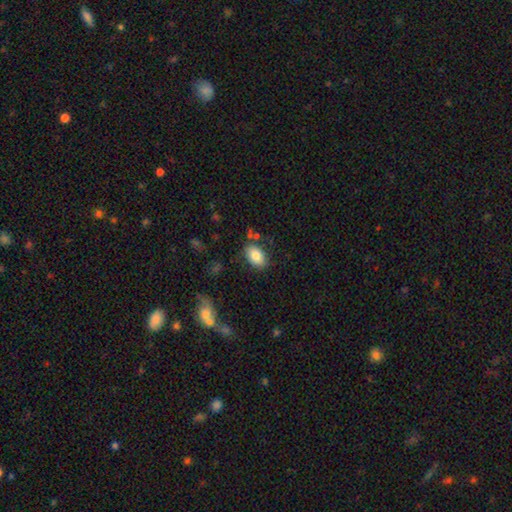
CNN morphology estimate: Smooth or featured?
  - smooth: 83% *
  - featured or disk: 10%
  - star or artifact: 7%
How rounded?
  - in between: 91% *
  - round: 8%
  - cigar-shaped: 1%
Merging?
  - none: 79% *
  - minor disturbance: 13%
  - merger: 5%
  - major disturbance: 3%